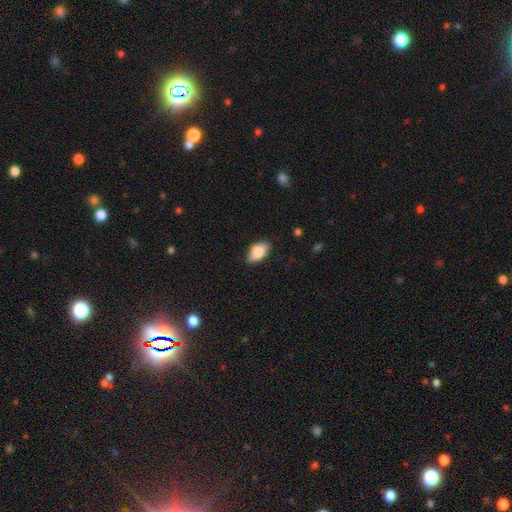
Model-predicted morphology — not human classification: Smooth or featured?
  - smooth: 81% *
  - featured or disk: 12%
  - star or artifact: 7%
How rounded?
  - in between: 91% *
  - round: 5%
  - cigar-shaped: 4%
Merging?
  - none: 81% *
  - minor disturbance: 15%
  - major disturbance: 3%
  - merger: 1%